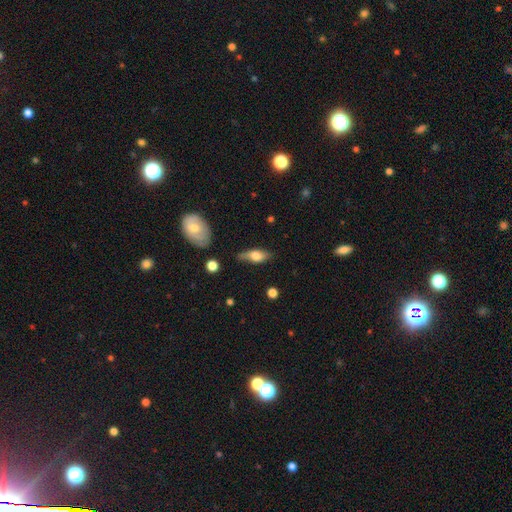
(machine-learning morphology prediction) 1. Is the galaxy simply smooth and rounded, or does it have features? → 60% smooth, 33% featured or disk, 7% star or artifact.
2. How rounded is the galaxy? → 72% in between, 23% cigar-shaped, 5% round.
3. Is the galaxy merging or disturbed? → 63% none, 27% minor disturbance, 7% major disturbance, 3% merger.